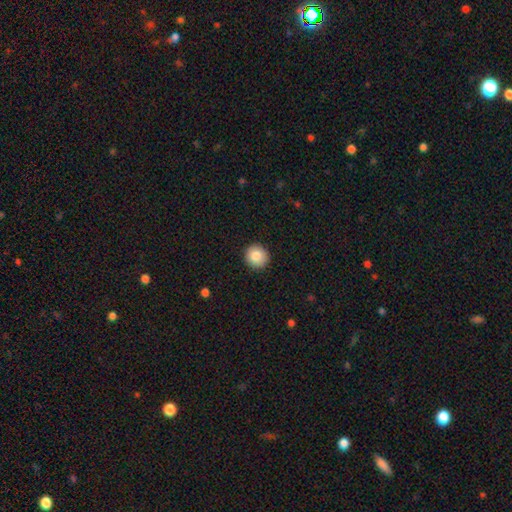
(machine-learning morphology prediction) smooth 85%, star or artifact 8%, featured or disk 7%. Down the decision tree: how rounded — round (92%); merging — none (92%).